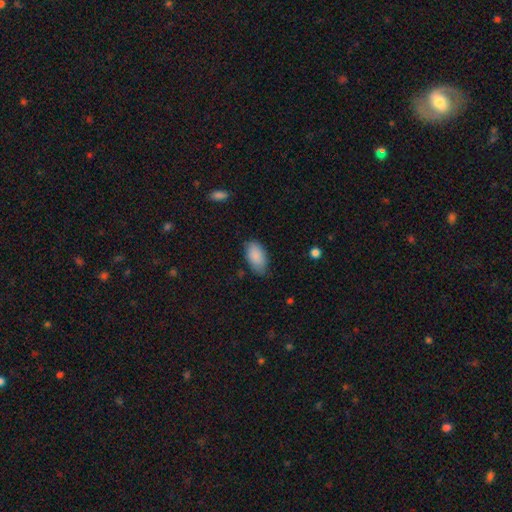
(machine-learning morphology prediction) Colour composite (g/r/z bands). It shows a smooth galaxy with no disk features (88%) that is in between round and cigar-shaped (94%). Merging: none (73%).